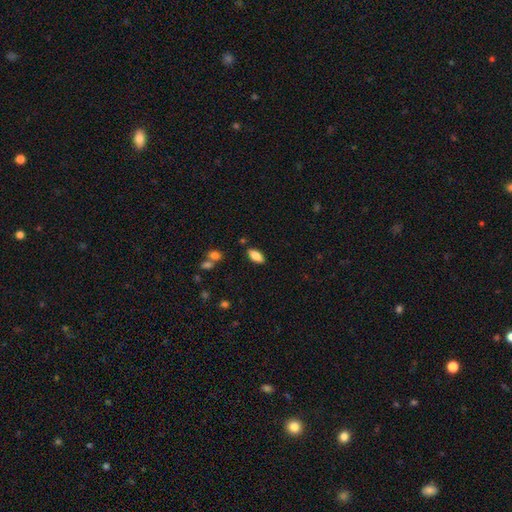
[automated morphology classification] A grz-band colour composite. It shows a smooth galaxy with no disk features (80%) that is in between round and cigar-shaped (86%). Merging: none (85%).